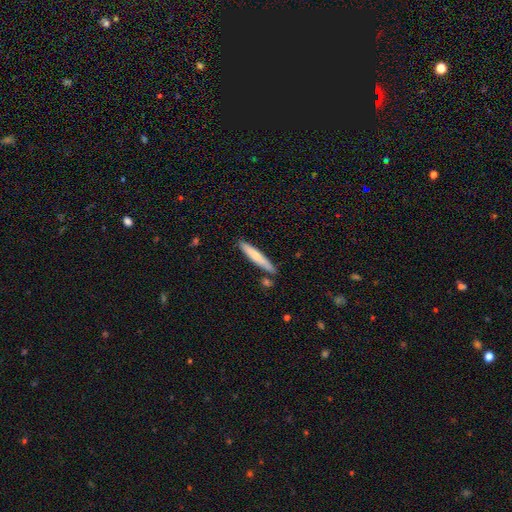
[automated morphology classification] Q: Smooth or featured?
A: smooth (69%); runner-up: featured or disk (26%)
Q: How rounded?
A: cigar-shaped (92%); runner-up: in between (6%)
Q: Merging?
A: none (83%); runner-up: minor disturbance (11%)